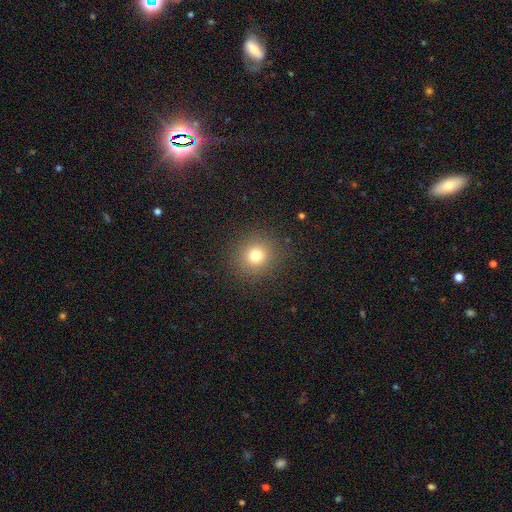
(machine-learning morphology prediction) smooth-or-featured: smooth: 75% | star or artifact: 16% | featured or disk: 9%
  how-rounded: round: 90% | in between: 9% | cigar-shaped: 1%
  merging: none: 89% | minor disturbance: 7% | major disturbance: 3% | merger: 1%